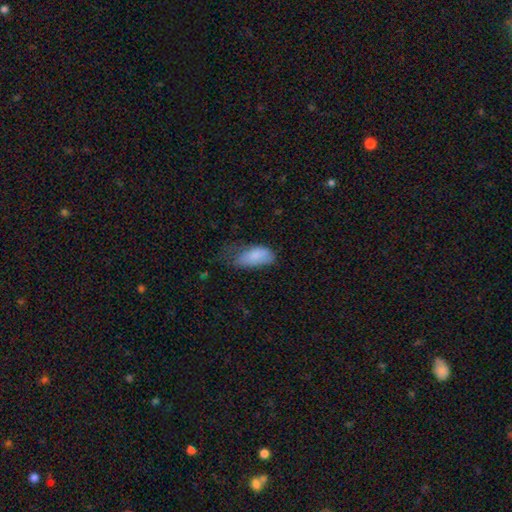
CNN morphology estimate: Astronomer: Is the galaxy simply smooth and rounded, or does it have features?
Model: smooth — 82%.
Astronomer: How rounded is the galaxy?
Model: in between — 91%.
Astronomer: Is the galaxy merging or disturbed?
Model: minor disturbance — 41% (runner-up: major disturbance, 31%).